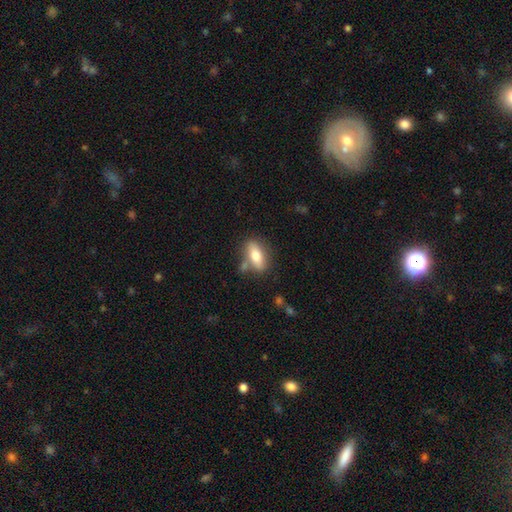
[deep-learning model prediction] Smooth or featured?
  - smooth: 73% *
  - featured or disk: 20%
  - star or artifact: 7%
How rounded?
  - in between: 80% *
  - cigar-shaped: 16%
  - round: 4%
Merging?
  - none: 71% *
  - minor disturbance: 15%
  - merger: 9%
  - major disturbance: 5%